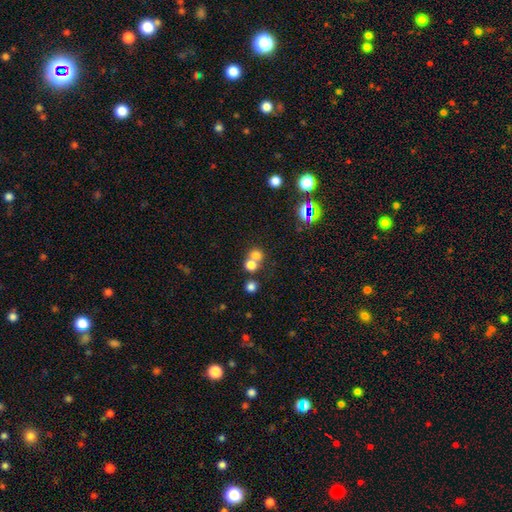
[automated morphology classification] This is likely a smooth galaxy (71%). How rounded: likely round (75%). Merging: possibly merger (53%).